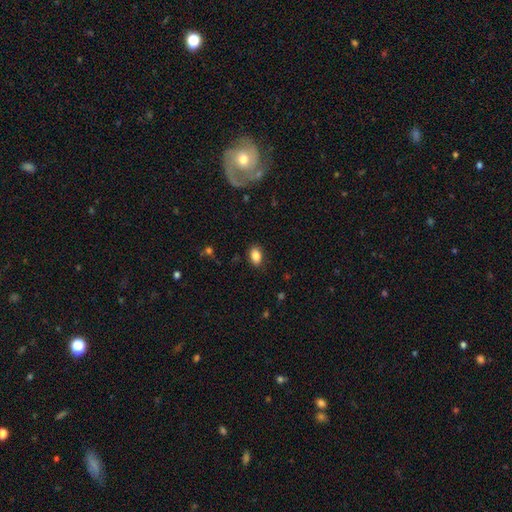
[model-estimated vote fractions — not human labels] The model was most divided on "how rounded": in between: 87%, round: 11%, cigar-shaped: 2%. More confident: merging — none (86%); smooth or featured — smooth (86%).